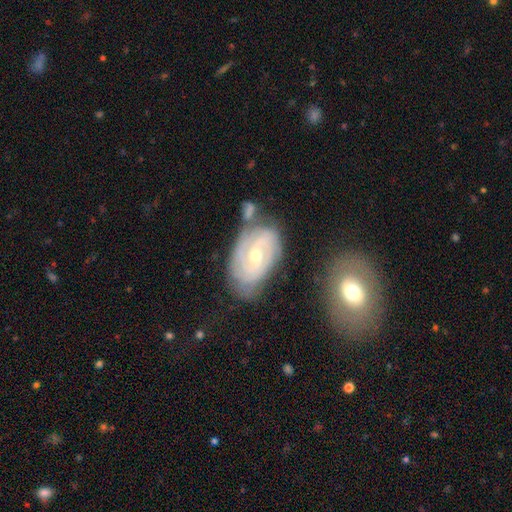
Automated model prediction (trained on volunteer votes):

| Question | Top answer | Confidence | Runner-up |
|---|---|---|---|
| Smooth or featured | featured or disk | 84% | smooth (11%) |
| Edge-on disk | no | 96% | yes (4%) |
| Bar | weak | 45% | no (43%) |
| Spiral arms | yes | 95% | no (5%) |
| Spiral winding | tight | 68% | medium (26%) |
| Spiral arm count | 2 | 42% | can't tell (26%) |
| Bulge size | small | 54% | moderate (43%) |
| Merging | none | 61% | minor disturbance (23%) |